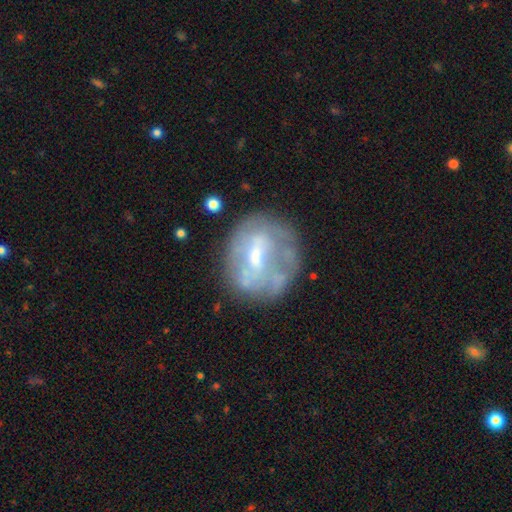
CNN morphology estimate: A featured or disk galaxy (62%) with a weak bar (43%), no spiral arms (69%) and a moderate central bulge (42%). Merging: none (57%).